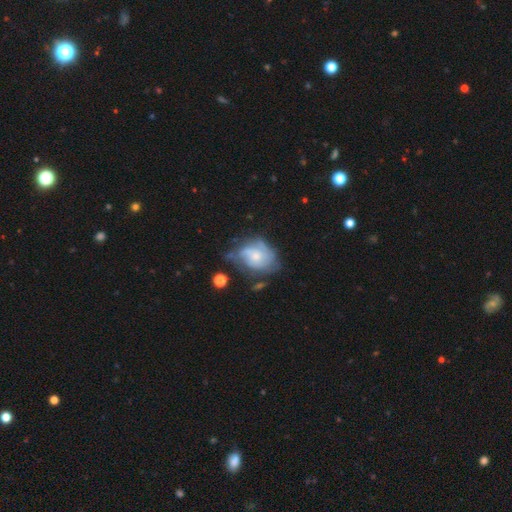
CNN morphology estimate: Smooth or featured: featured or disk — 63% (smooth — 30%)
Edge-on disk: no — 97% (yes — 3%)
Bar: no — 75% (weak — 22%)
Spiral arms: yes — 79% (no — 21%)
Bulge size: small — 58% (moderate — 33%)
Merging: none — 46% (minor disturbance — 30%)